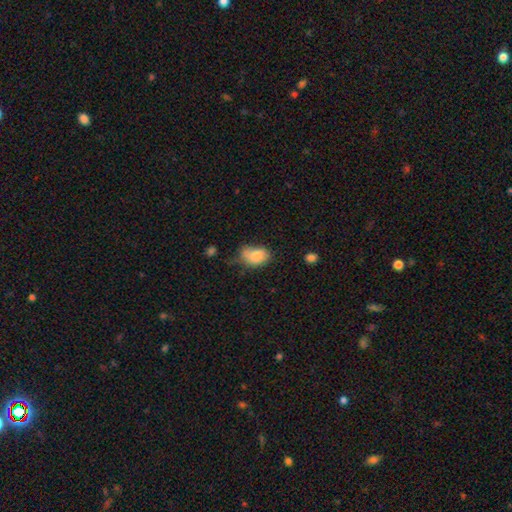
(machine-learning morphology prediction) Q: Smooth or featured?
A: smooth (82%); runner-up: featured or disk (10%)
Q: How rounded?
A: in between (83%); runner-up: round (16%)
Q: Merging?
A: none (44%); runner-up: minor disturbance (36%)